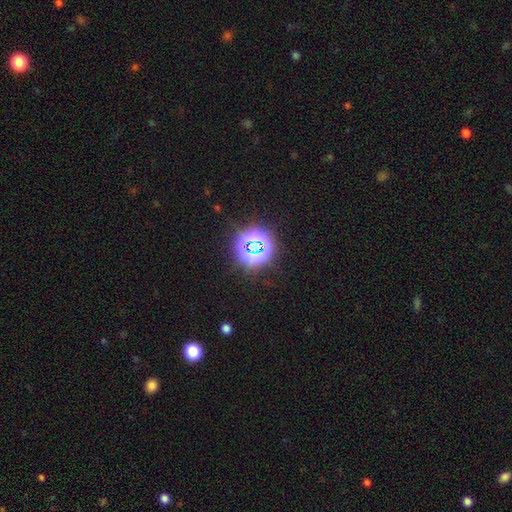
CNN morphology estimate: Smooth or featured? Predicted: star or artifact (p=0.73).